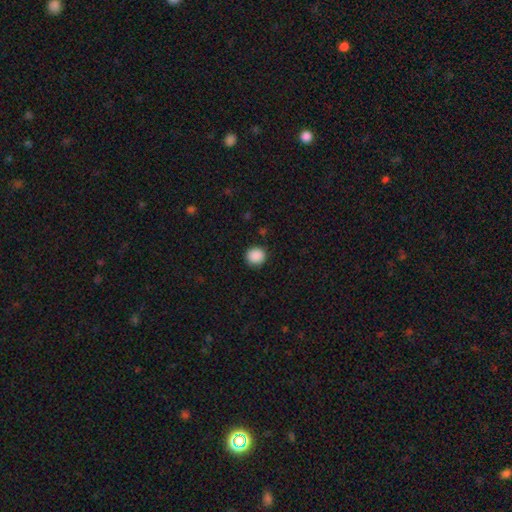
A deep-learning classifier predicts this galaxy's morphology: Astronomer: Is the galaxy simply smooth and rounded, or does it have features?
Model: smooth — 89%.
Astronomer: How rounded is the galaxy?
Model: round — 91%.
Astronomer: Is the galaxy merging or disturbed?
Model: none — 90%.